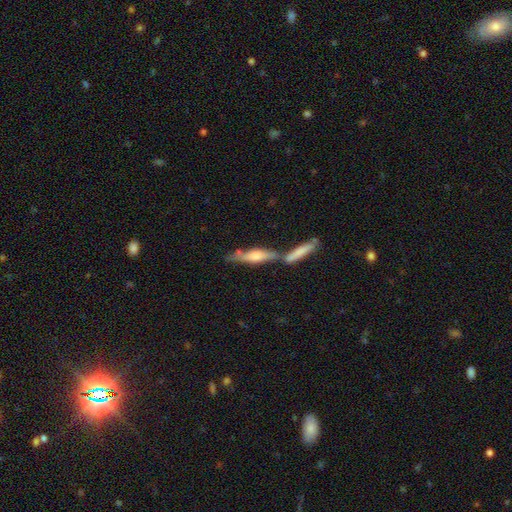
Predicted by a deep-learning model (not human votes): This appears to be a featured or disk galaxy (64%) viewed edge-on (88%) with a rounded central bulge (70%). Merging: none (47%).